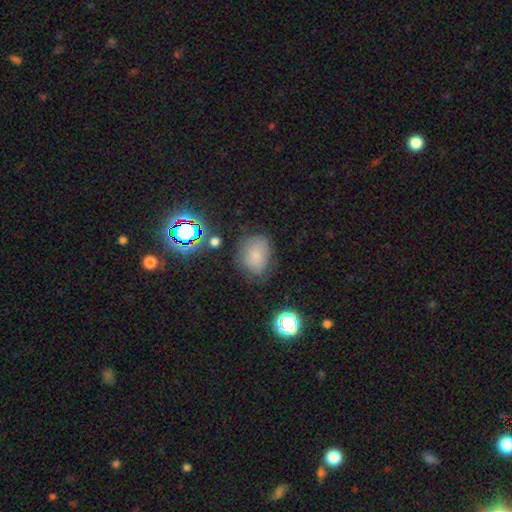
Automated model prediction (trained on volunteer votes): The model was most divided on "how rounded": in between: 60%, round: 39%, cigar-shaped: 1%. More confident: smooth or featured — smooth (72%); merging — none (66%).